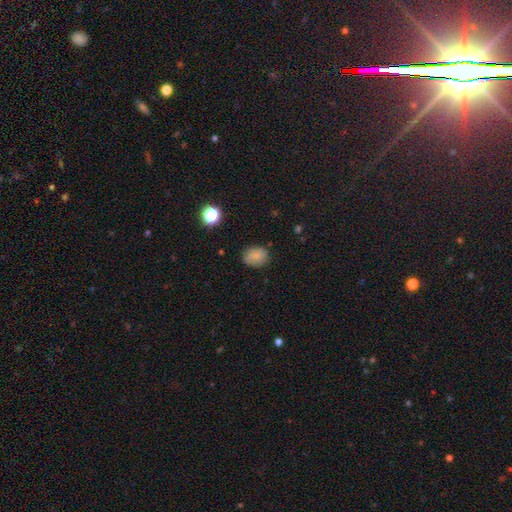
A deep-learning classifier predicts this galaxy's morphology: Smooth or featured: smooth — 79% (star or artifact — 12%)
How rounded: in between — 56% (round — 43%)
Merging: none — 76% (minor disturbance — 18%)